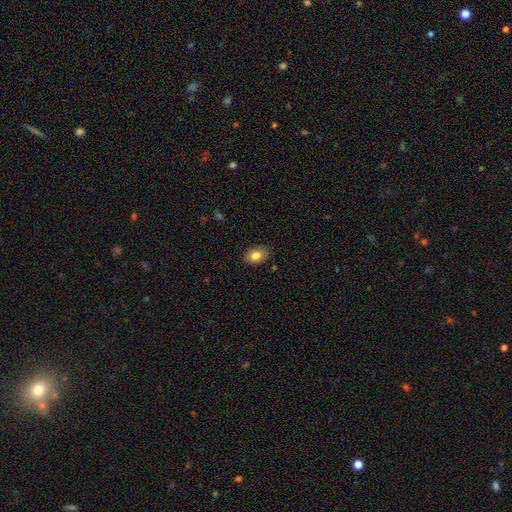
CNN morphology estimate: A smooth galaxy with no disk features (83%) that is in between round and cigar-shaped (86%). Merging: none (86%).